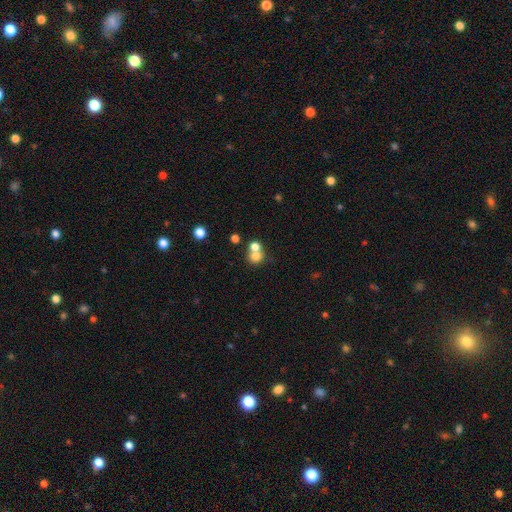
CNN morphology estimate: This appears to be a smooth galaxy with no disk features (73%) that is round (80%). Merging: merger (51%).